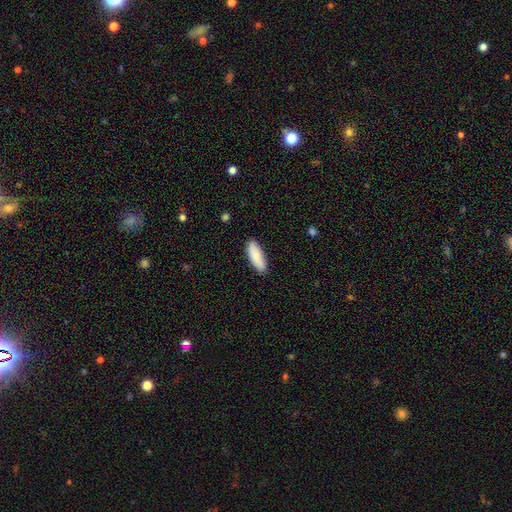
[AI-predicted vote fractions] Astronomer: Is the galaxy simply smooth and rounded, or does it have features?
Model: smooth — 88%.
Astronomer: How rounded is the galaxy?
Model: in between — 61% (runner-up: cigar-shaped, 37%).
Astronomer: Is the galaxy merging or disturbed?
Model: none — 88%.